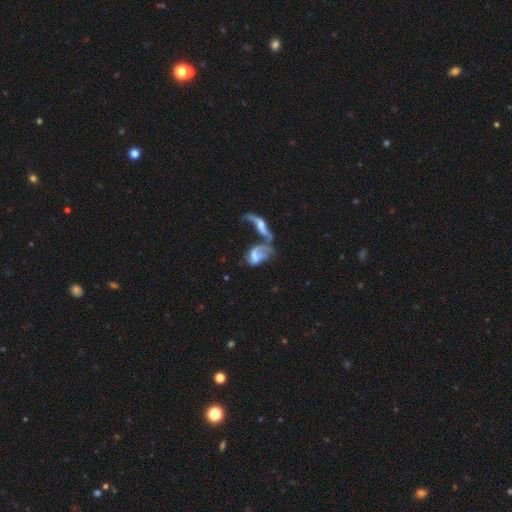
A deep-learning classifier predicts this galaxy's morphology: smooth-or-featured: featured or disk: 60% | smooth: 30% | star or artifact: 10%
  disk-edge-on: no: 92% | yes: 8%
    bar: no: 61% | weak: 29% | strong: 10%
    has-spiral-arms: yes: 57% | no: 43%
    bulge-size: none: 36% | moderate: 27% | small: 26% | large: 9% | dominant: 2%
  merging: merger: 65% | major disturbance: 20% | none: 9% | minor disturbance: 7%